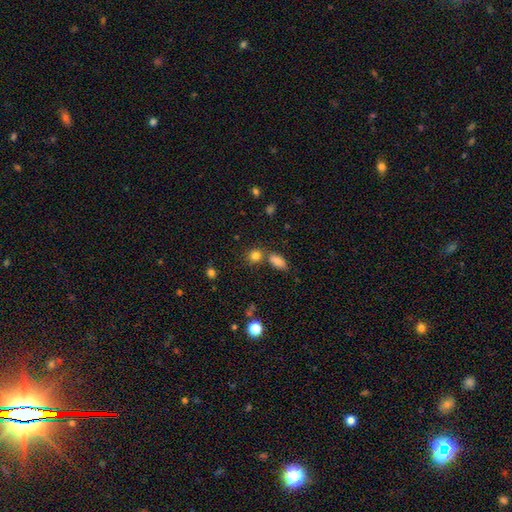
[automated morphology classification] Overall: smooth (81%). How rounded: round (69%). Merging: none (62%; merger 24%).